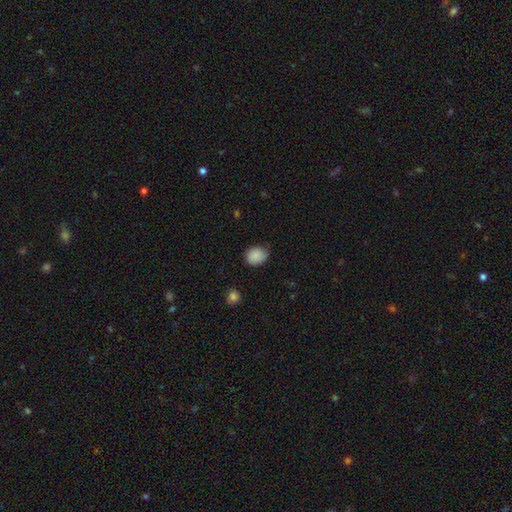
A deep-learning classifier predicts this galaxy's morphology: This is clearly a smooth galaxy (86%). How rounded: possibly round (56%). Merging: likely none (67%).